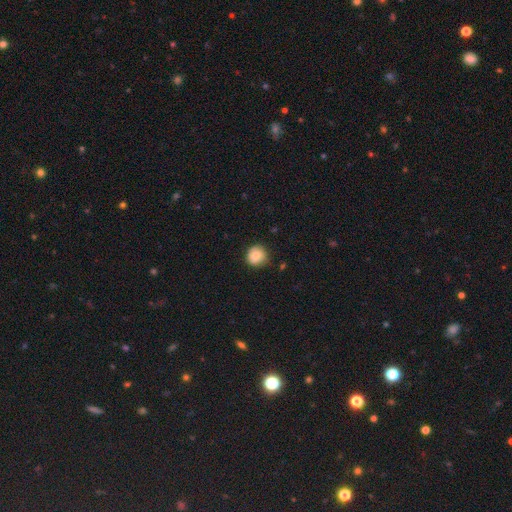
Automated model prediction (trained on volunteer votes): smooth-or-featured: smooth: 84% | star or artifact: 8% | featured or disk: 8%
  how-rounded: round: 90% | in between: 10% | cigar-shaped: 1%
  merging: none: 77% | minor disturbance: 18% | major disturbance: 3% | merger: 2%